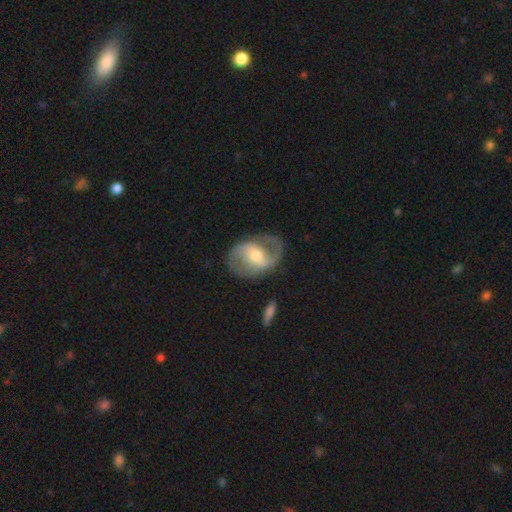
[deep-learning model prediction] Morphology: type=featured or disk (83%); edge-on=no (97%); bar=weak (48%); spiral arms=yes (91%); winding=medium (48%); arm count=2 (88%); bulge=moderate (65%); merging=none (77%).